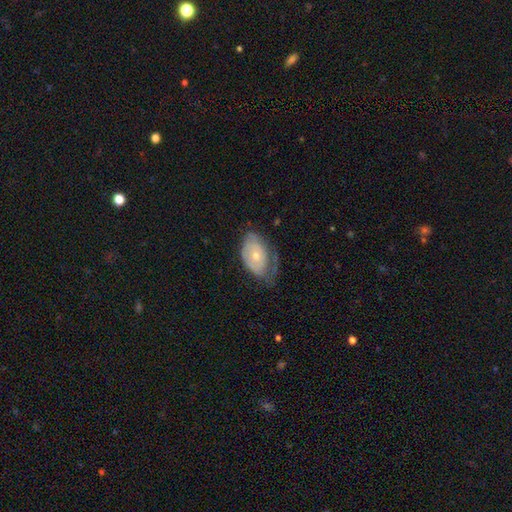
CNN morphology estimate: featured or disk 52%, smooth 43%, star or artifact 6%. Down the decision tree: edge-on disk — no (93%); merging — none (38%).